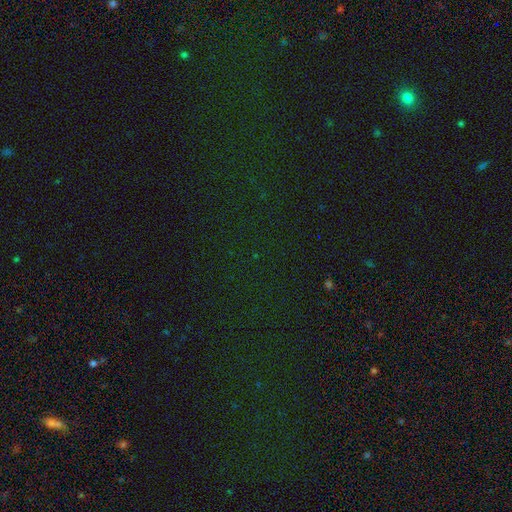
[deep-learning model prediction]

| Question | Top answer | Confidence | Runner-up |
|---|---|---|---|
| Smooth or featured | star or artifact | 82% | smooth (11%) |